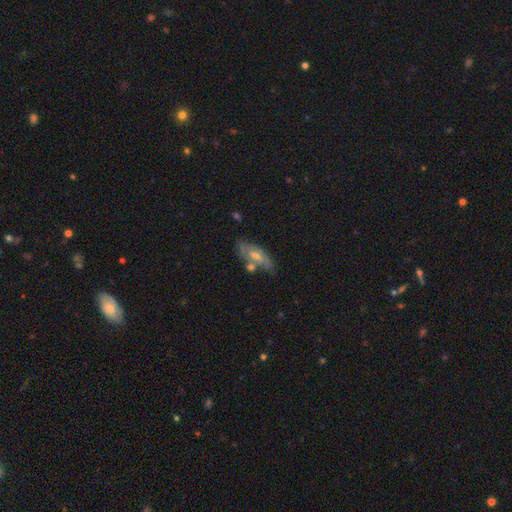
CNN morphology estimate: Smooth or featured?
  - featured or disk: 58% *
  - smooth: 35%
  - star or artifact: 7%
Edge-on disk?
  - no: 82% *
  - yes: 18%
Merging?
  - none: 57% *
  - minor disturbance: 20%
  - merger: 15%
  - major disturbance: 7%